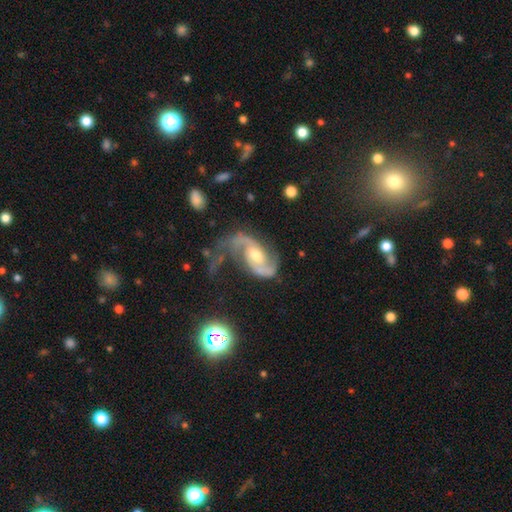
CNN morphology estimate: Q: Smooth or featured?
A: featured or disk (89%); runner-up: star or artifact (6%)
Q: Edge-on disk?
A: no (97%); runner-up: yes (3%)
Q: Bar?
A: no (47%); runner-up: weak (40%)
Q: Spiral arms?
A: yes (96%); runner-up: no (4%)
Q: Spiral winding?
A: loose (44%); runner-up: medium (43%)
Q: Spiral arm count?
A: 2 (88%); runner-up: 1 (5%)
Q: Bulge size?
A: moderate (65%); runner-up: small (27%)
Q: Merging?
A: none (43%); runner-up: major disturbance (30%)